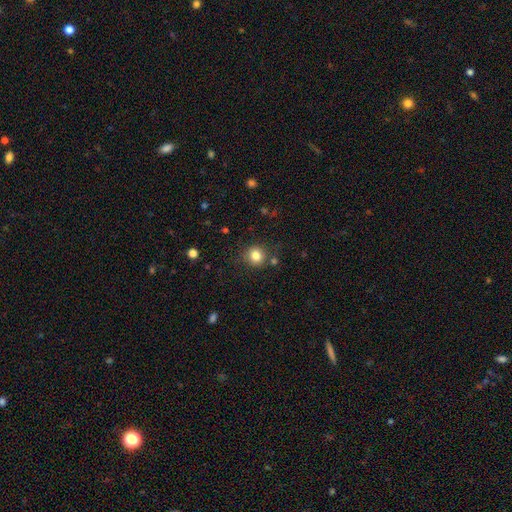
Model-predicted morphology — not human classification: A smooth galaxy with no disk features (82%) that is round (90%).

Vote fractions:
- Smooth or featured? smooth: 82% / star or artifact: 12% / featured or disk: 6%
- How rounded? round: 90% / in between: 9% / cigar-shaped: 1%
- Merging? none: 82% / minor disturbance: 10% / merger: 4% / major disturbance: 3%